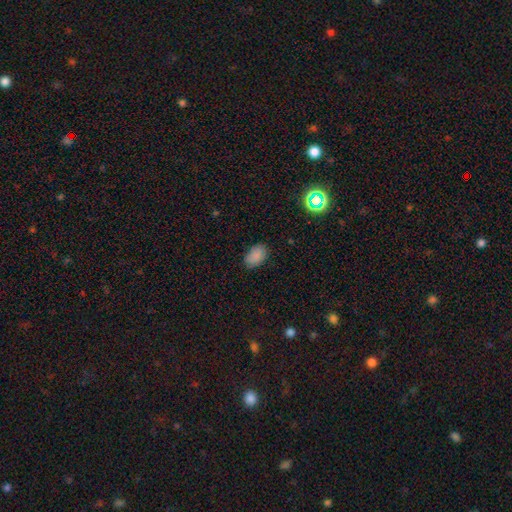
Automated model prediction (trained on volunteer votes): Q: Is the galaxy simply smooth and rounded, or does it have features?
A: smooth — 86%.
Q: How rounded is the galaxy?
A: in between — 90%.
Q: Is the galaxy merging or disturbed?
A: none — 83%.